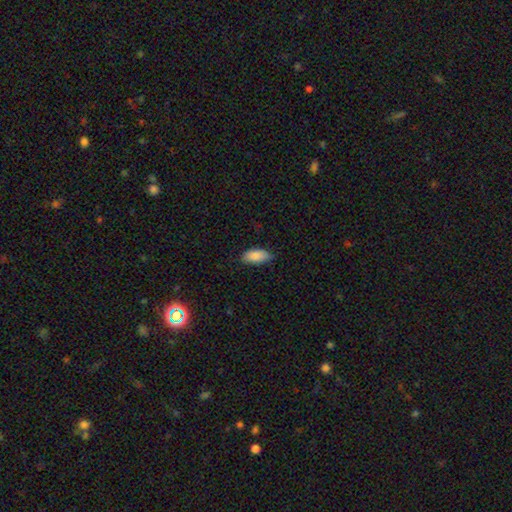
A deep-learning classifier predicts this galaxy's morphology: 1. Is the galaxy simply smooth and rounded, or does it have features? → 88% smooth, 7% star or artifact, 5% featured or disk.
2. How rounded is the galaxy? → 89% in between, 9% cigar-shaped, 2% round.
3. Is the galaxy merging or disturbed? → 72% none, 24% minor disturbance, 3% major disturbance, 1% merger.